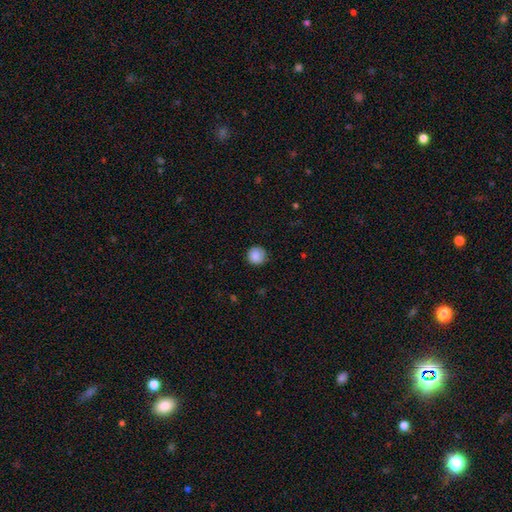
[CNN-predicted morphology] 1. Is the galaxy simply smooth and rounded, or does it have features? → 86% smooth, 8% star or artifact, 6% featured or disk.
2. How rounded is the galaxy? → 94% round, 5% in between, 1% cigar-shaped.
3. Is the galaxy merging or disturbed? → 84% none, 13% minor disturbance, 3% major disturbance, 1% merger.